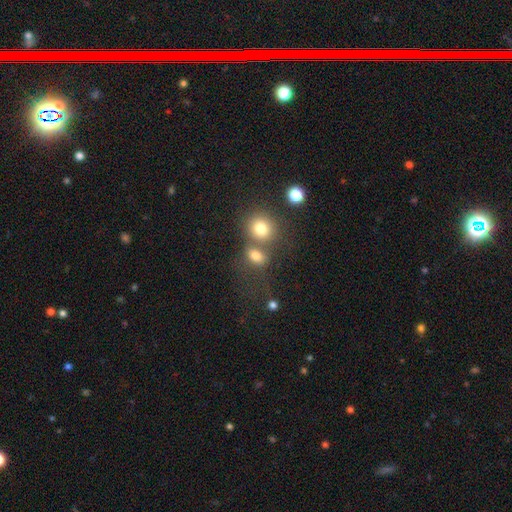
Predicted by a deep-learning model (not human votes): Smooth or featured: smooth — 75% (star or artifact — 14%)
How rounded: in between — 52% (round — 45%)
Merging: none — 42% (merger — 41%)